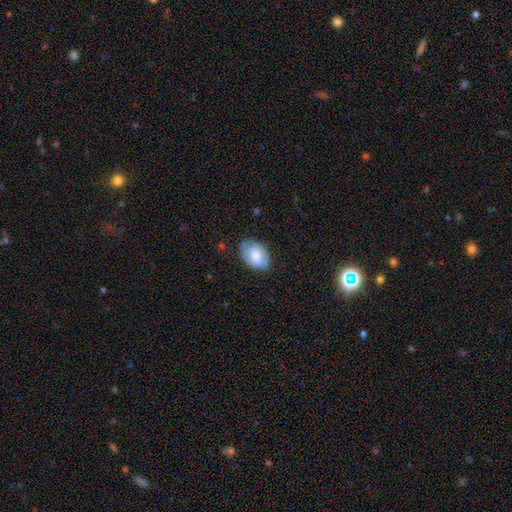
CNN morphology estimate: type=smooth (62%); roundness=in between (82%); merging=none (70%).